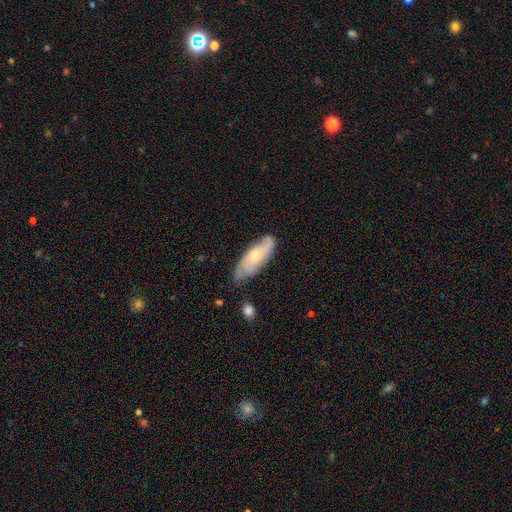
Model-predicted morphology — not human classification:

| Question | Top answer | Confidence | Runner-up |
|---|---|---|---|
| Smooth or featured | featured or disk | 62% | smooth (32%) |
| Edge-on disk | no | 85% | yes (15%) |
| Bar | no | 68% | weak (27%) |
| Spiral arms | yes | 89% | no (11%) |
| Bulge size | small | 47% | tied: moderate (47%) |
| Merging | none | 70% | minor disturbance (23%) |